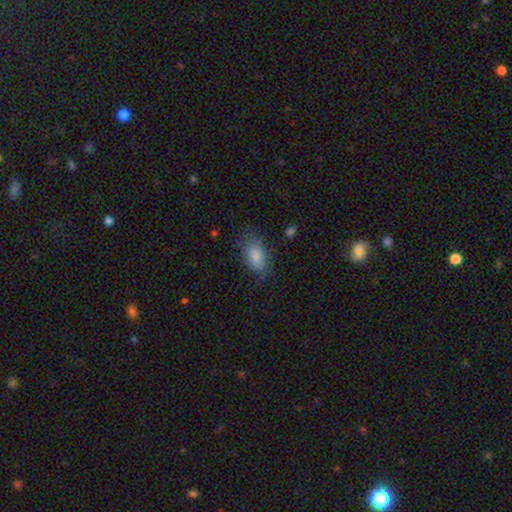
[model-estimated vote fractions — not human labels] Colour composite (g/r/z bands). It shows a smooth galaxy with no disk features (83%) that is in between round and cigar-shaped (90%). Merging: none (75%).